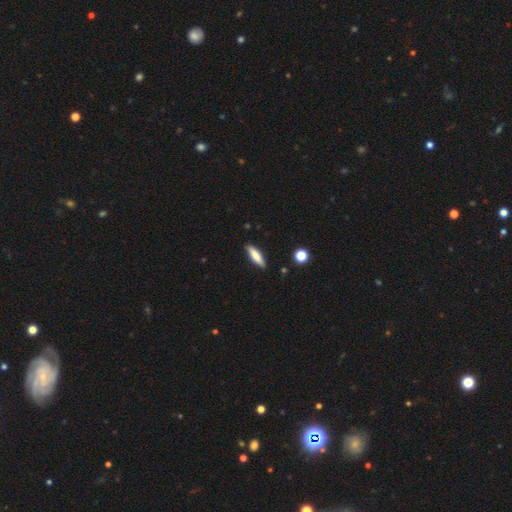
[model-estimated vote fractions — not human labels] A smooth galaxy with no disk features (71%) that is cigar-shaped (67%). Merging: none (86%).